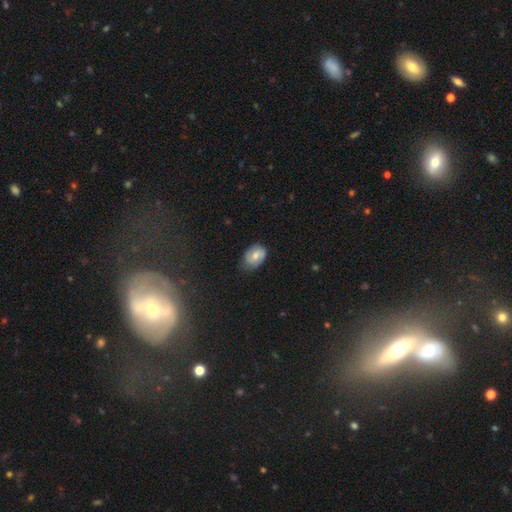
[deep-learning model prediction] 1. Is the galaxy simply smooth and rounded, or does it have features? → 56% smooth, 36% featured or disk, 8% star or artifact.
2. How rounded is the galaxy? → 80% in between, 19% round, 1% cigar-shaped.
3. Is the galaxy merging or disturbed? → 67% none, 27% minor disturbance, 5% major disturbance, 1% merger.